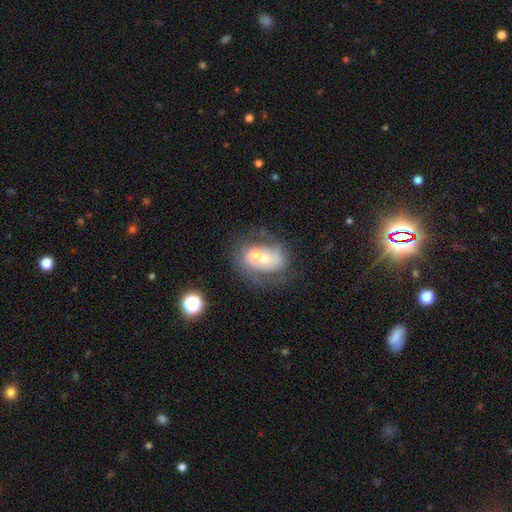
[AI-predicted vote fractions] This appears to be a featured or disk galaxy (47%). Merging: merger (53%).